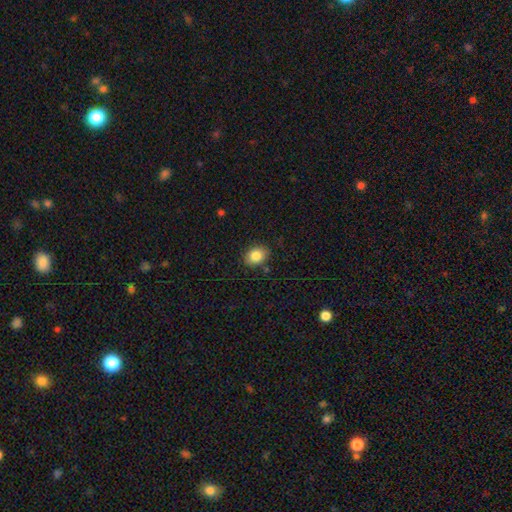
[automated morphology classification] Smooth or featured? smooth (84%)
How rounded? in between (65%)
Merging? none (84%)